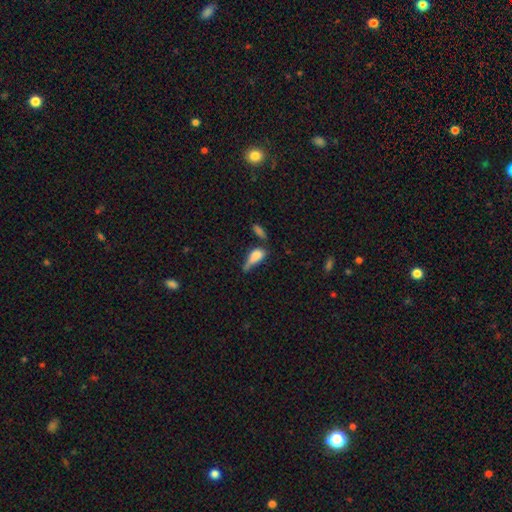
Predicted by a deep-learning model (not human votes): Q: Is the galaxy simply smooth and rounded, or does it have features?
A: smooth — 73%.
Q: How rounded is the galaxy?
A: in between — 69%.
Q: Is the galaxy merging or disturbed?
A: none — 28%, tied with minor disturbance.